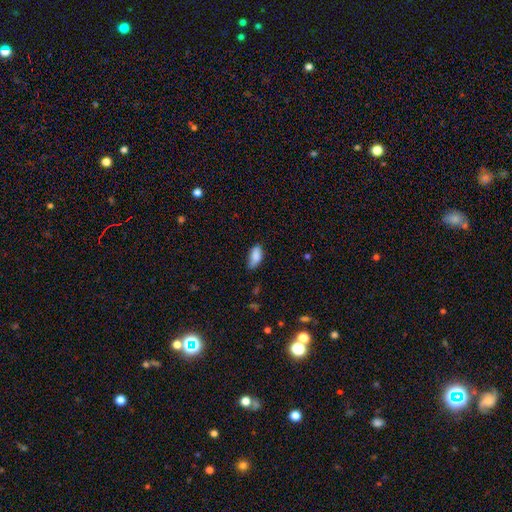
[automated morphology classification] Overall: smooth (87%). How rounded: in between (89%). Merging: none (62%; minor disturbance 31%).